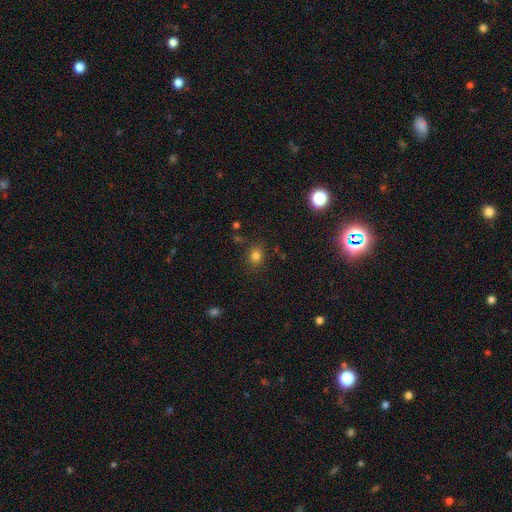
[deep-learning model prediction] Smooth or featured? Predicted: smooth (p=0.79). How rounded? Predicted: round (p=0.66). Merging? Predicted: none (p=0.82).